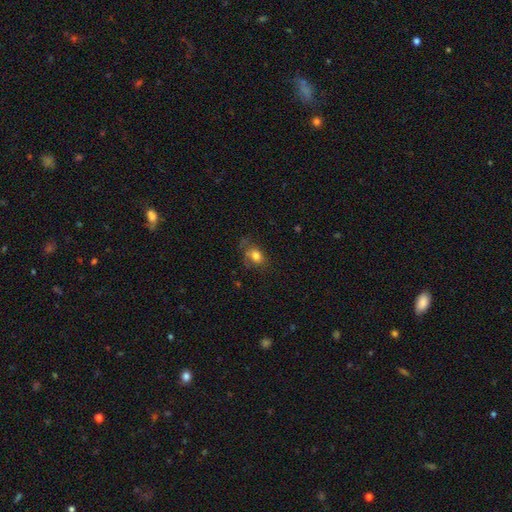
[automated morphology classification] This is likely a smooth galaxy (73%). How rounded: likely in between (63%). Merging: possibly none (46%).